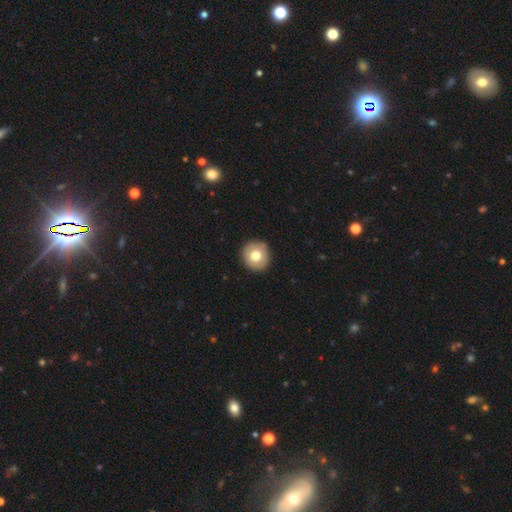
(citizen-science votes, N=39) Morphology: type=smooth (77%); roundness=round (97%); merging=none (83%).